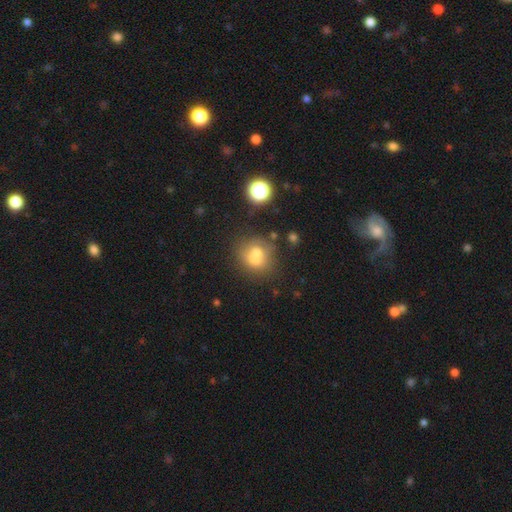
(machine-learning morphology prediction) The model was most divided on "merging": merger: 42%, none: 40%, minor disturbance: 12%, major disturbance: 6%. More confident: how rounded — round (74%); smooth or featured — smooth (64%).